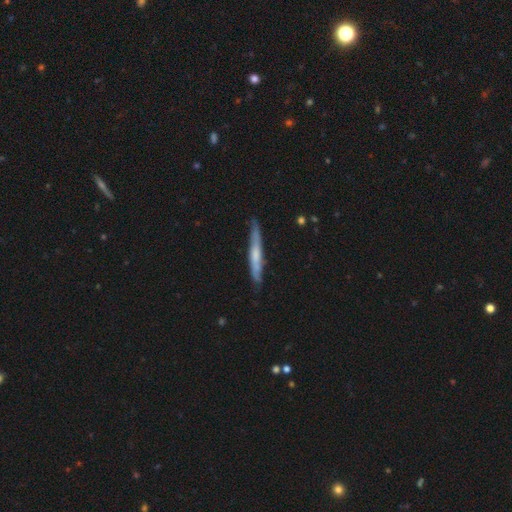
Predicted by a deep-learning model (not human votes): The model was most divided on "smooth or featured": featured or disk: 49%, smooth: 46%, star or artifact: 5%. More confident: merging — none (80%).